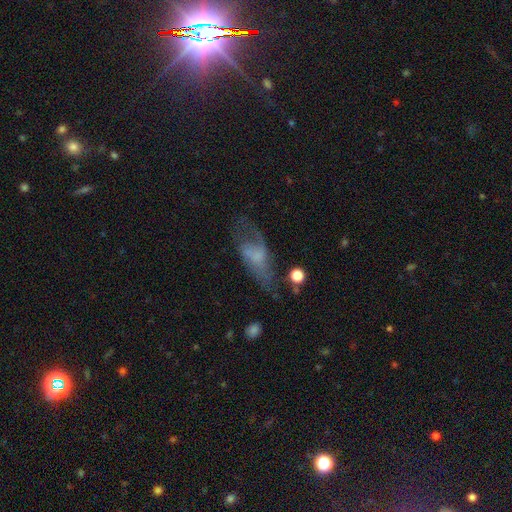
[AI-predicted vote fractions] The model was most divided on "smooth or featured": featured or disk: 48%, smooth: 41%, star or artifact: 11%. Remaining: merging — none (39%).